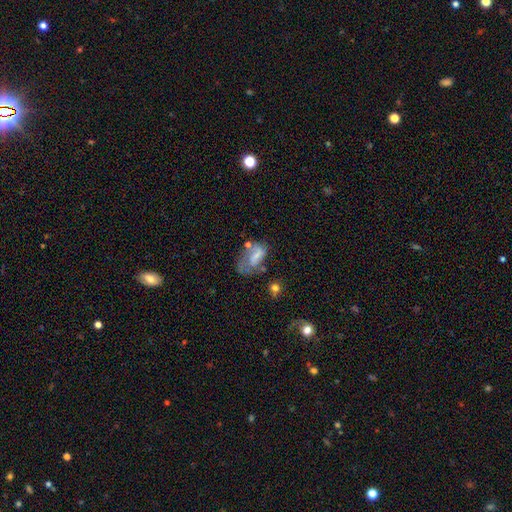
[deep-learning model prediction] smooth-or-featured: featured or disk: 45% | smooth: 44% | star or artifact: 10%
  merging: major disturbance: 36% | none: 29% | minor disturbance: 25% | merger: 11%